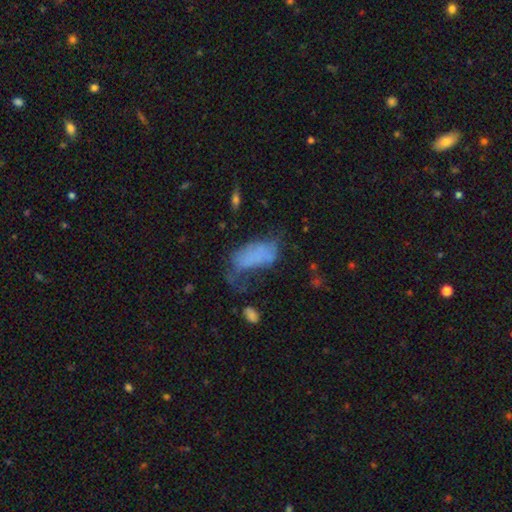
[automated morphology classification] Overall: smooth (60%; featured or disk 26%). How rounded: in between (90%). Merging: major disturbance (44%; none 25%).